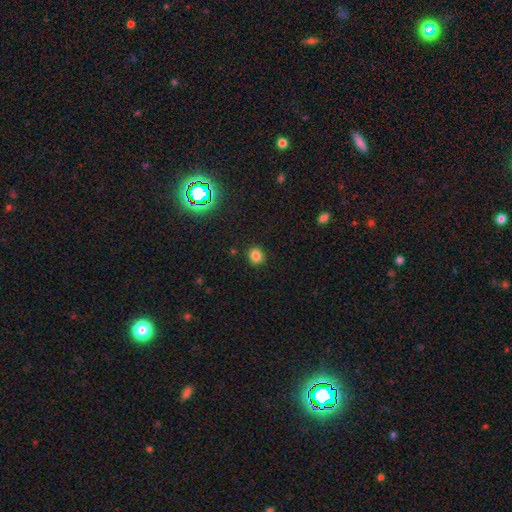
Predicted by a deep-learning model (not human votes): smooth 82%, star or artifact 14%, featured or disk 4%. Down the decision tree: how rounded — round (75%); merging — none (89%).